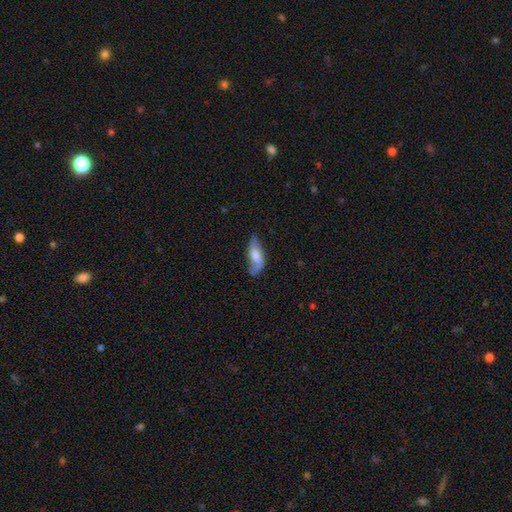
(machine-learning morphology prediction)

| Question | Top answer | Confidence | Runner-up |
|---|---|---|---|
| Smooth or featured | smooth | 57% | featured or disk (37%) |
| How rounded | in between | 76% | cigar-shaped (21%) |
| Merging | none | 54% | minor disturbance (32%) |